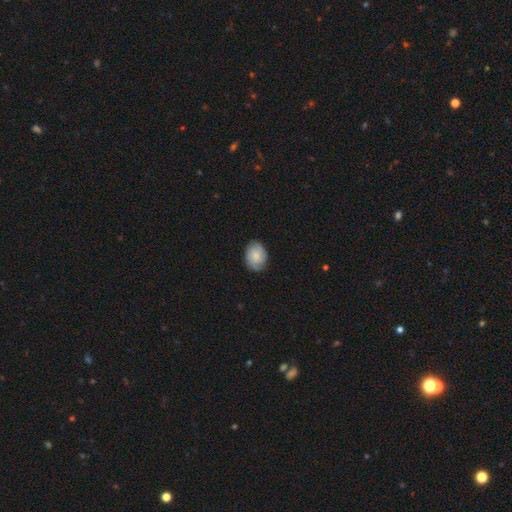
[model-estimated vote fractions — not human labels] Q: Smooth or featured?
A: smooth (66%); runner-up: featured or disk (27%)
Q: How rounded?
A: in between (68%); runner-up: round (31%)
Q: Merging?
A: none (79%); runner-up: minor disturbance (17%)